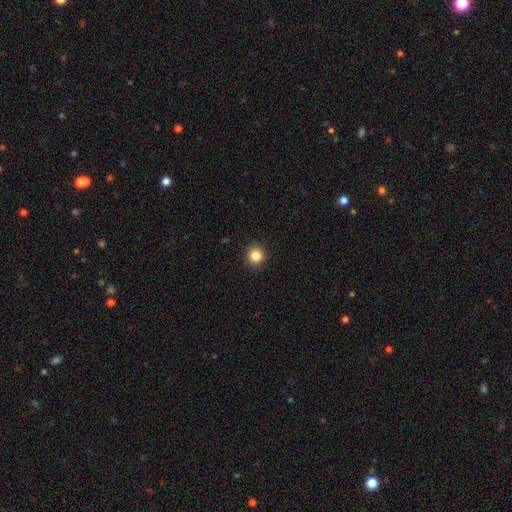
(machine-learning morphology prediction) Smooth or featured?
  - smooth: 85% *
  - star or artifact: 11%
  - featured or disk: 4%
How rounded?
  - round: 93% *
  - in between: 6%
  - cigar-shaped: 1%
Merging?
  - none: 92% *
  - minor disturbance: 5%
  - major disturbance: 2%
  - merger: 1%